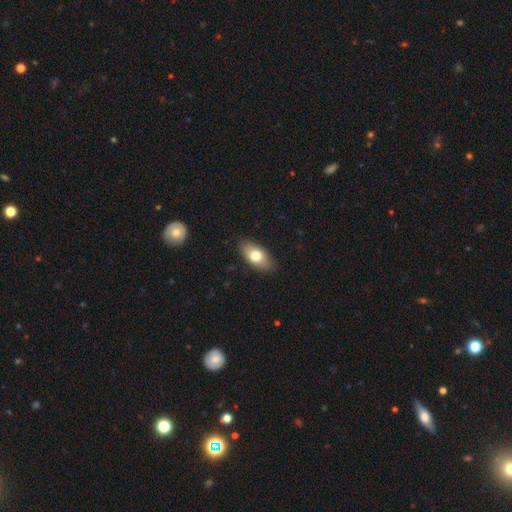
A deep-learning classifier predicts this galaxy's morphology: Q: Smooth or featured?
A: smooth (72%); runner-up: featured or disk (21%)
Q: How rounded?
A: in between (90%); runner-up: cigar-shaped (6%)
Q: Merging?
A: none (87%); runner-up: minor disturbance (10%)